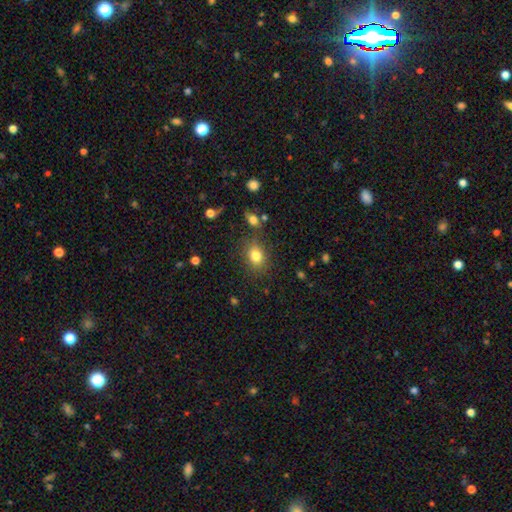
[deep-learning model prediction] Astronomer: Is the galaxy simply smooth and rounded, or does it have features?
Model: smooth — 81%.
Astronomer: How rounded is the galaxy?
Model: in between — 57% (runner-up: round, 41%).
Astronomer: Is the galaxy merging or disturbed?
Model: none — 80%.